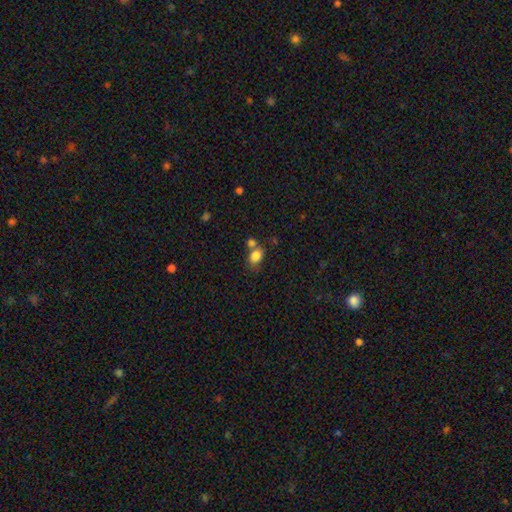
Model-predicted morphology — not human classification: smooth-or-featured: smooth: 84% | star or artifact: 10% | featured or disk: 7%
  how-rounded: in between: 62% | round: 37% | cigar-shaped: 1%
  merging: none: 49% | merger: 33% | minor disturbance: 13% | major disturbance: 5%